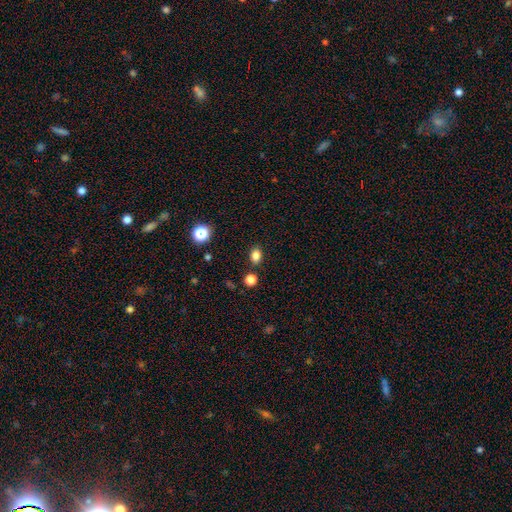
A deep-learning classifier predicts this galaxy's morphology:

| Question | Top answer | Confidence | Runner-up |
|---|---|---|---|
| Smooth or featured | smooth | 83% | star or artifact (12%) |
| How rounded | in between | 67% | round (31%) |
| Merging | none | 83% | minor disturbance (10%) |